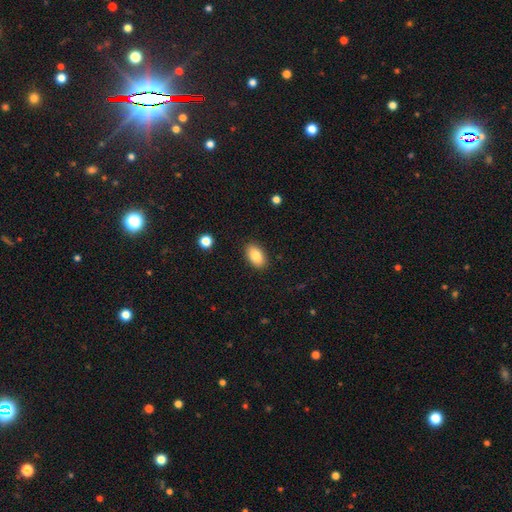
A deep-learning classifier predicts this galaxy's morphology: Q: Smooth or featured?
A: smooth (84%); runner-up: featured or disk (8%)
Q: How rounded?
A: in between (91%); runner-up: round (7%)
Q: Merging?
A: none (88%); runner-up: minor disturbance (8%)